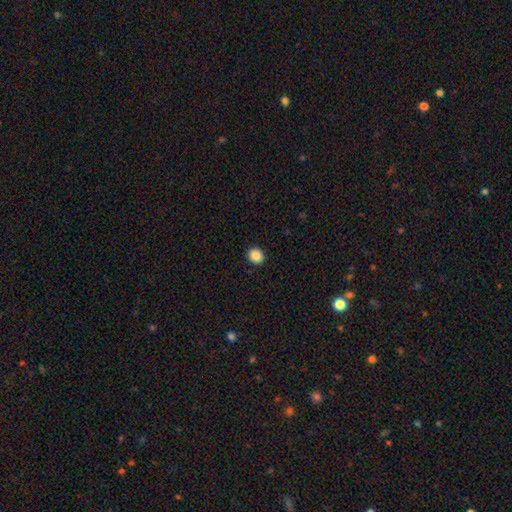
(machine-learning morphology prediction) A smooth galaxy with no disk features (88%) that is round (73%).

Vote fractions:
- Smooth or featured? smooth: 88% / star or artifact: 9% / featured or disk: 3%
- How rounded? round: 73% / in between: 26% / cigar-shaped: 1%
- Merging? none: 92% / minor disturbance: 6% / major disturbance: 2% / merger: 1%